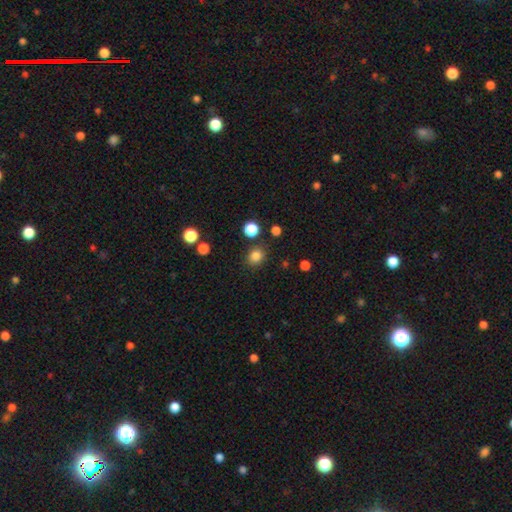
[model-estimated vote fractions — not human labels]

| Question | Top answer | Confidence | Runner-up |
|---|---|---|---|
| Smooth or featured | smooth | 83% | star or artifact (12%) |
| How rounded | round | 76% | in between (23%) |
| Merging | none | 84% | minor disturbance (9%) |